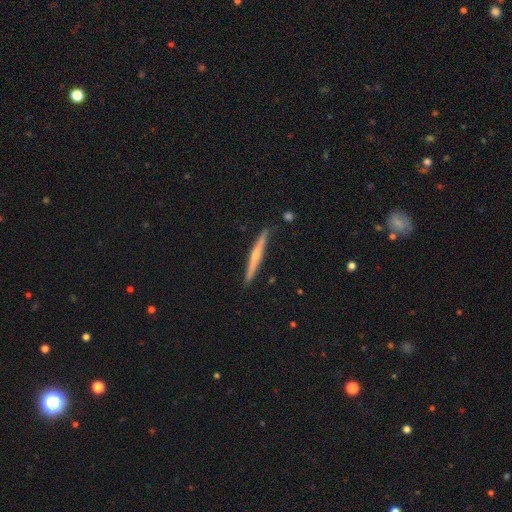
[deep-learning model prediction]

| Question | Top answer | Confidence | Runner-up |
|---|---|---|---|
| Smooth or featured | featured or disk | 59% | smooth (35%) |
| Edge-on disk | yes | 97% | no (3%) |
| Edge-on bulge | rounded | 60% | none (35%) |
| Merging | none | 88% | minor disturbance (9%) |